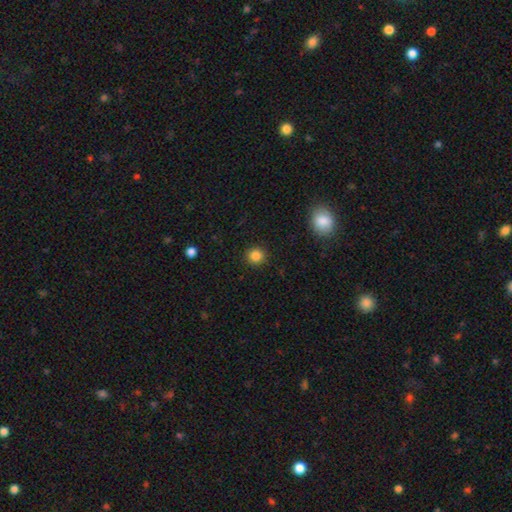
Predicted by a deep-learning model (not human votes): Smooth or featured? smooth (85%)
How rounded? round (92%)
Merging? none (91%)